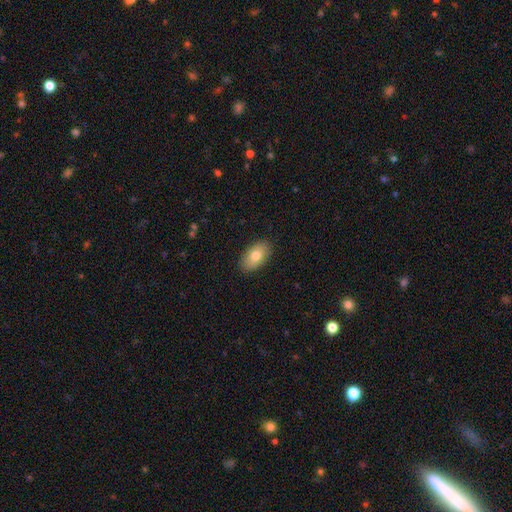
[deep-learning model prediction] The model was most divided on "smooth or featured": smooth: 78%, featured or disk: 15%, star or artifact: 7%. More confident: how rounded — in between (93%); merging — none (88%).